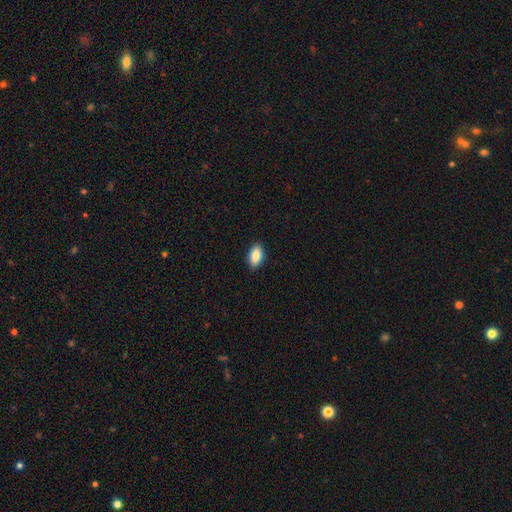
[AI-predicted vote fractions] This is clearly a smooth galaxy (89%). How rounded: clearly in between (92%). Merging: clearly none (88%).